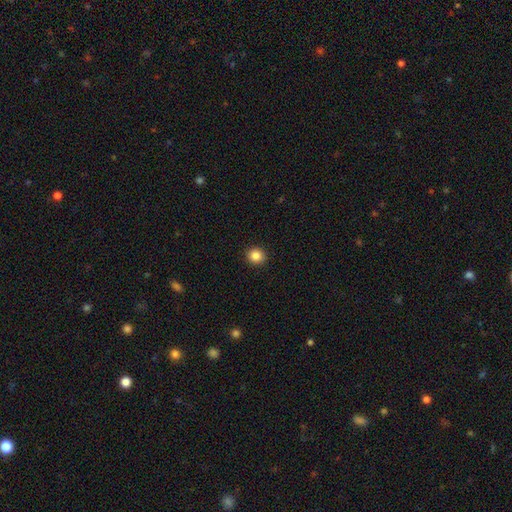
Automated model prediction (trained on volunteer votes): Smooth or featured: smooth — 86% (star or artifact — 10%)
How rounded: round — 87% (in between — 12%)
Merging: none — 93% (minor disturbance — 5%)